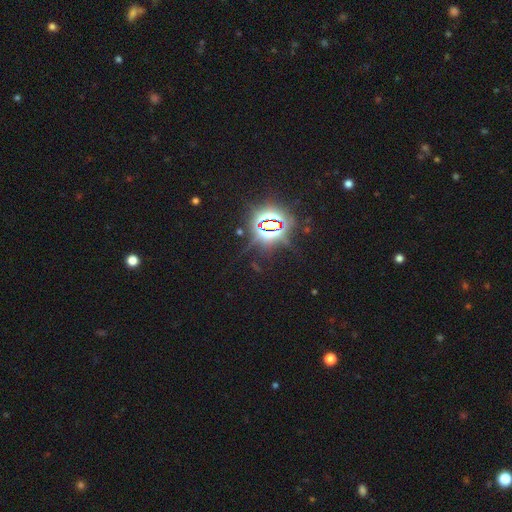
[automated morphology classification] Q: Smooth or featured?
A: star or artifact (86%); runner-up: smooth (8%)